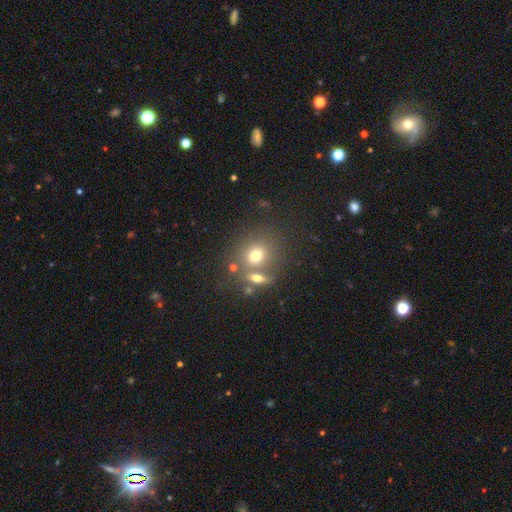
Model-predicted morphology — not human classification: This appears to be a smooth galaxy with no disk features (71%) that is round (68%). Merging: none (57%).